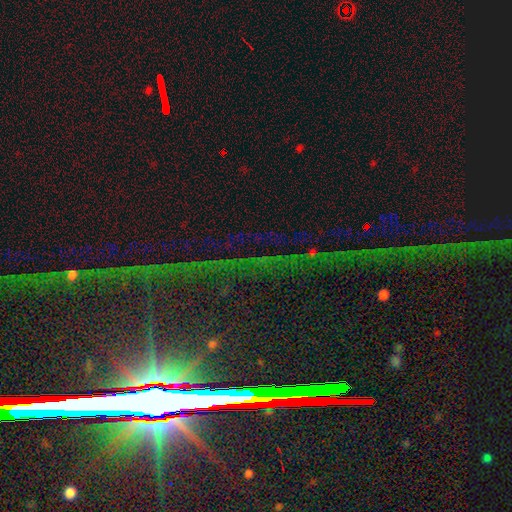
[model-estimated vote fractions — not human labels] Morphology: type=star or artifact (85%).